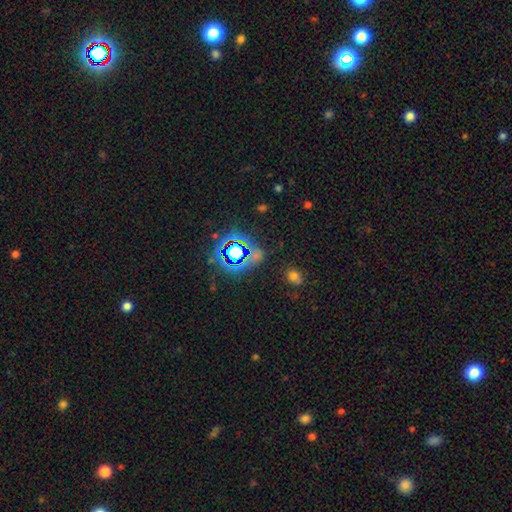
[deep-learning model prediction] smooth-or-featured: star or artifact: 69% | smooth: 21% | featured or disk: 10%